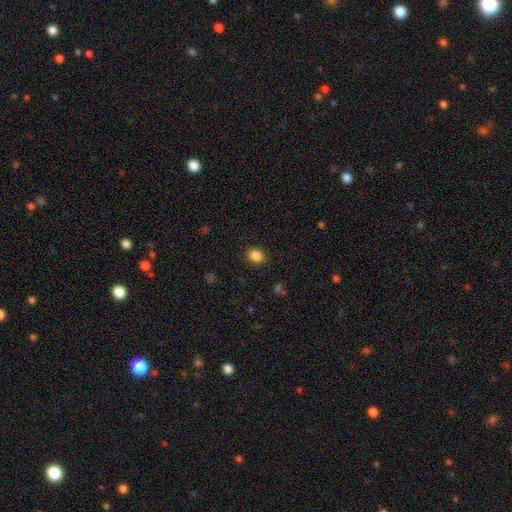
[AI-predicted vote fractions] Morphology: type=smooth (86%); roundness=in between (50%); merging=none (88%).